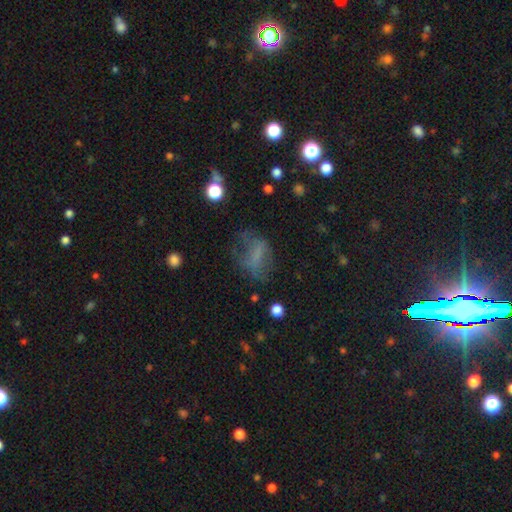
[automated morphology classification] This appears to be a smooth galaxy with no disk features (49%). Merging: none (48%).